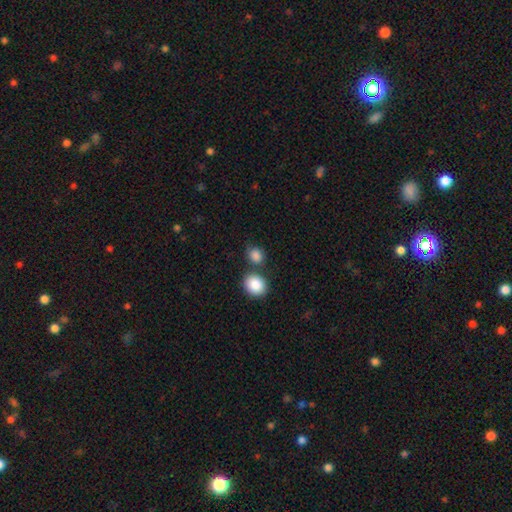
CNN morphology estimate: smooth 87%, star or artifact 8%, featured or disk 5%. Down the decision tree: how rounded — round (66%); merging — none (61%).